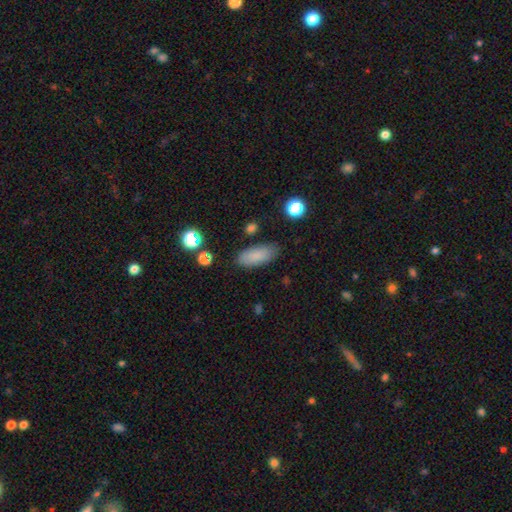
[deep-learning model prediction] Smooth or featured: smooth — 85% (star or artifact — 8%)
How rounded: in between — 82% (cigar-shaped — 16%)
Merging: none — 82% (minor disturbance — 12%)